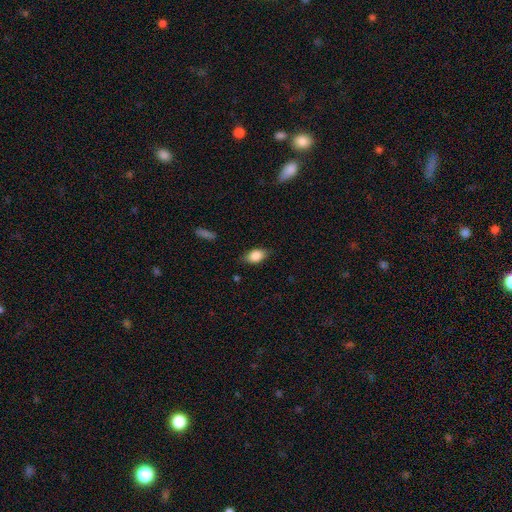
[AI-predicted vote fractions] Overall: smooth (84%). How rounded: in between (87%). Merging: none (78%).